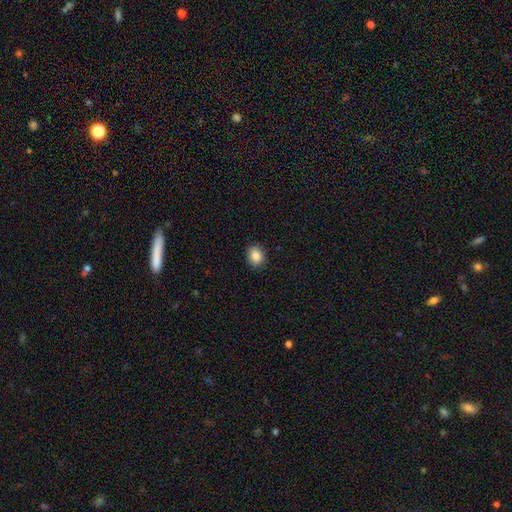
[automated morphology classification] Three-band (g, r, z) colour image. It shows a smooth galaxy with no disk features (87%) that is round (50%). Merging: none (90%).